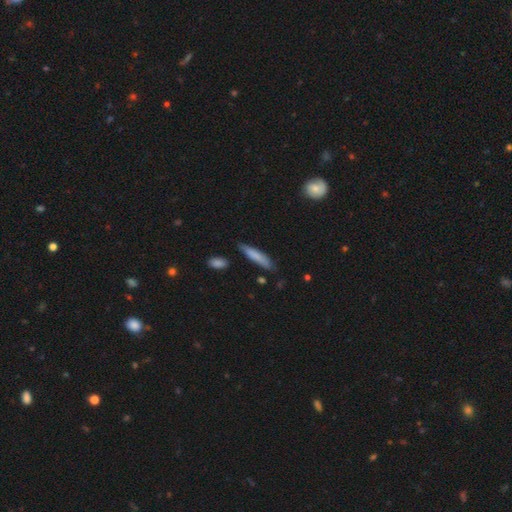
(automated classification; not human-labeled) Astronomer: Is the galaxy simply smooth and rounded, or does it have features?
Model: smooth — 77%.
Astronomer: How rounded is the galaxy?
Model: cigar-shaped — 82%.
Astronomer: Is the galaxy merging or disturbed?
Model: none — 74%.